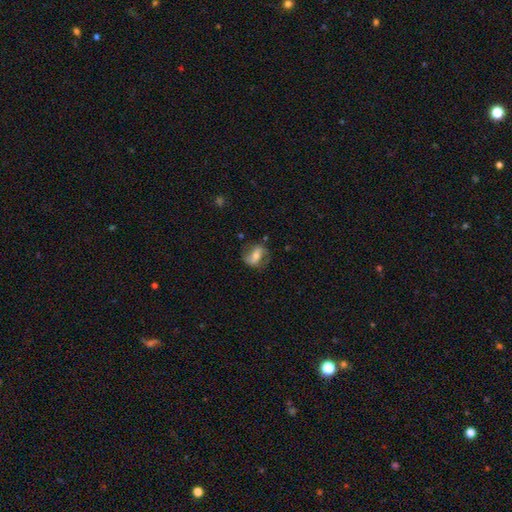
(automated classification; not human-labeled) featured or disk 57%, smooth 35%, star or artifact 8%. Down the decision tree: edge-on disk — no (92%); bar — strong (47%); spiral arms — yes (78%); bulge size — moderate (52%); merging — none (70%).